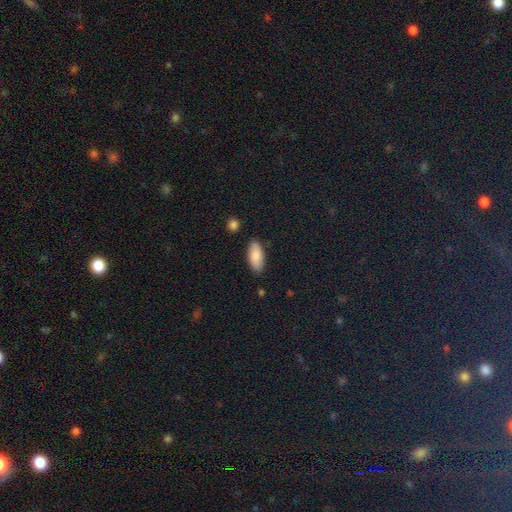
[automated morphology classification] The model was most divided on "merging": none: 83%, minor disturbance: 12%, major disturbance: 3%, merger: 2%. More confident: how rounded — in between (88%); smooth or featured — smooth (85%).